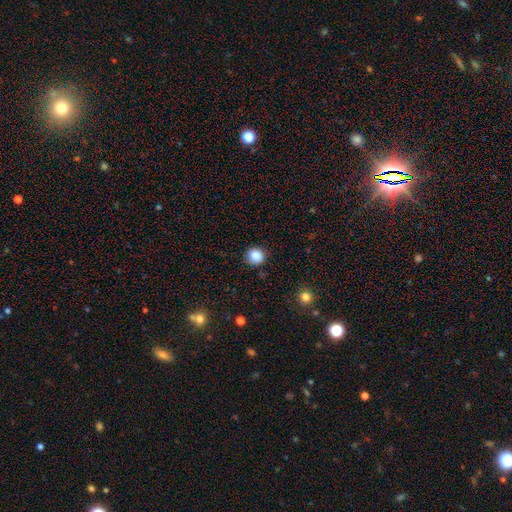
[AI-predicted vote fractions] Smooth or featured: smooth — 86% (star or artifact — 10%)
How rounded: round — 91% (in between — 8%)
Merging: none — 87% (minor disturbance — 9%)